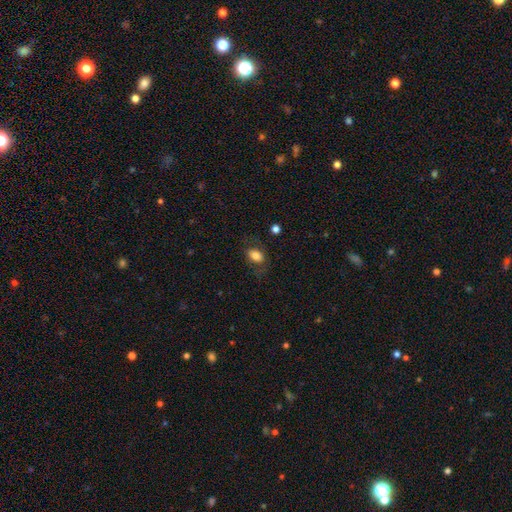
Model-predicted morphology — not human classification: smooth_or_featured: smooth (p=0.77) [alt: featured or disk p=0.14]
how_rounded: in between (p=0.83) [alt: round p=0.15]
merging: none (p=0.69) [alt: minor disturbance p=0.18]